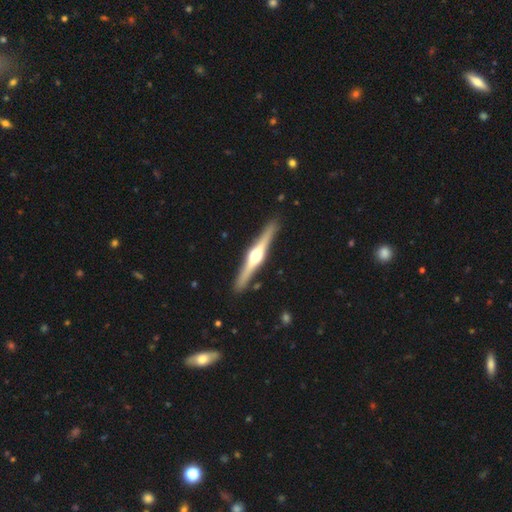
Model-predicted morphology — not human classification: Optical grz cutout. It shows a featured or disk galaxy (80%) viewed edge-on (98%) with a rounded central bulge (95%). Merging: none (90%).